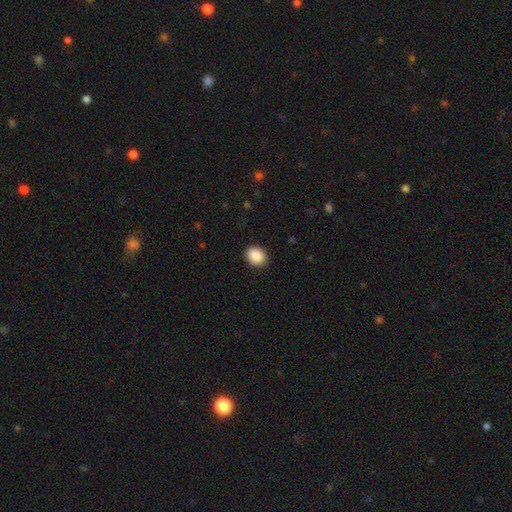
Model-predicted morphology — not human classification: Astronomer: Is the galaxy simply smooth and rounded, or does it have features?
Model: smooth — 90%.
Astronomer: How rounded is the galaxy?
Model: round — 59% (runner-up: in between, 40%).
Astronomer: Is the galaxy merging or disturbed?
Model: none — 90%.